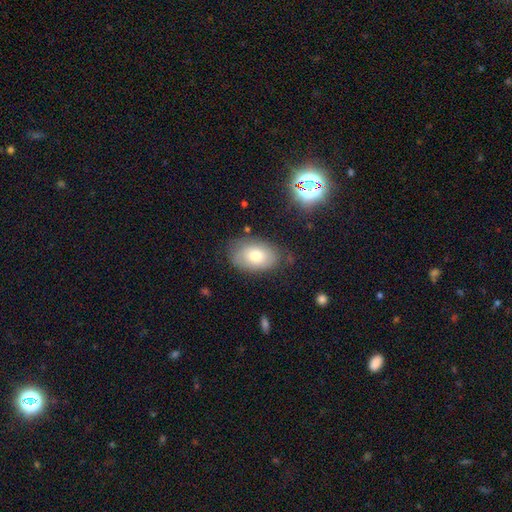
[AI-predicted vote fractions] This appears to be a smooth galaxy with no disk features (70%) that is in between round and cigar-shaped (88%). Merging: none (76%).